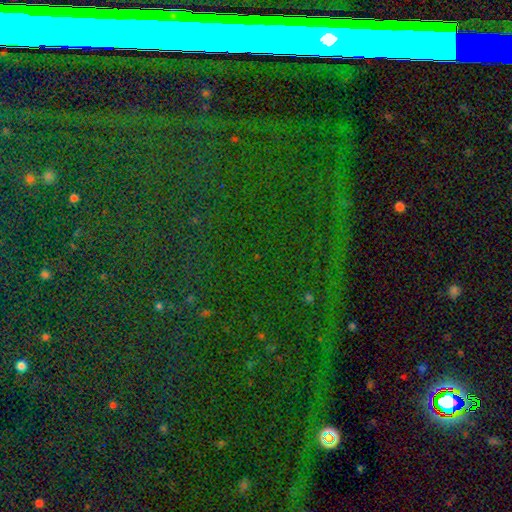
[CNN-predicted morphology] smooth-or-featured: star or artifact: 81% | smooth: 10% | featured or disk: 9%